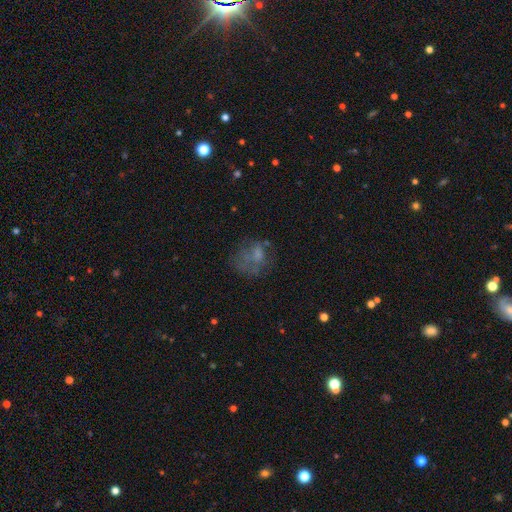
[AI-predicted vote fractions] Overall: smooth (47%; featured or disk 36%). Merging: none (41%; major disturbance 33%).